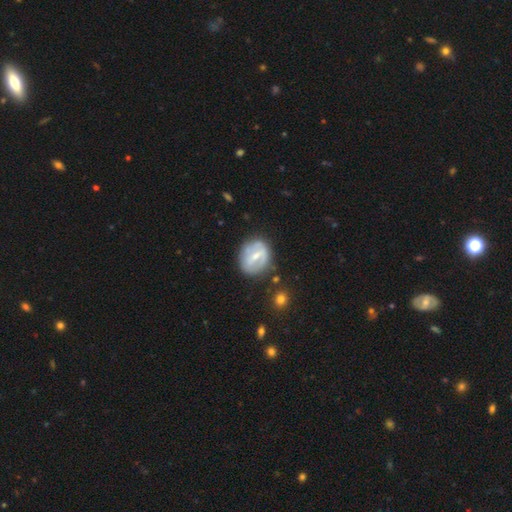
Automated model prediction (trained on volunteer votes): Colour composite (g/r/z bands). It shows a featured or disk galaxy (61%) with a strong bar (49%), no spiral arms (56%) and a small central bulge (51%). Merging: none (70%).